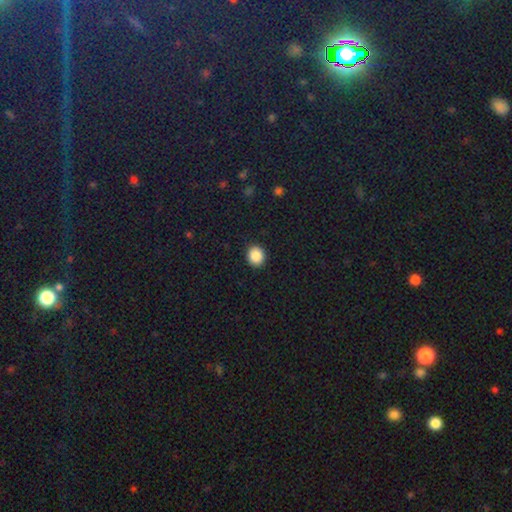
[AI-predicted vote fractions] This appears to be a smooth galaxy with no disk features (88%) that is round (78%). Merging: none (92%).